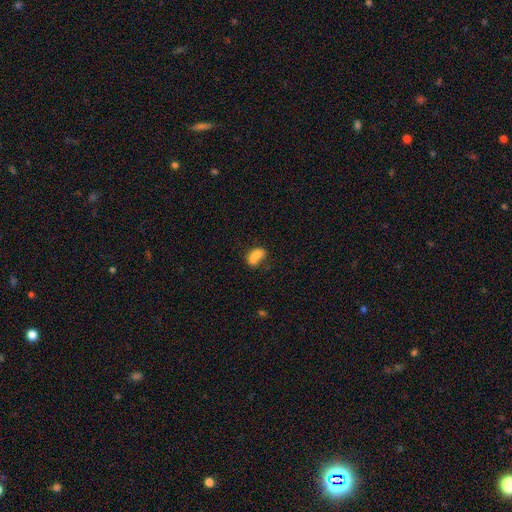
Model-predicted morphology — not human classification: This appears to be a smooth galaxy with no disk features (73%) that is in between round and cigar-shaped (74%). Merging: merger (58%).